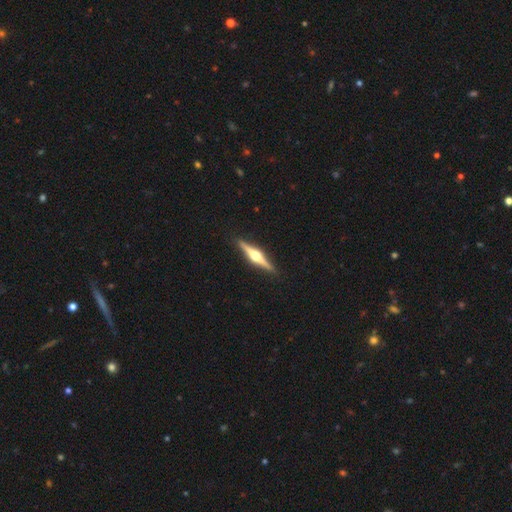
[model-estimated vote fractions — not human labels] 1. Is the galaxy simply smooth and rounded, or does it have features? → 82% featured or disk, 13% smooth, 4% star or artifact.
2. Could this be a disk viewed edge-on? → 98% yes, 2% no.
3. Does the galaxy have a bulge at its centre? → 96% rounded, 3% boxy, 1% none.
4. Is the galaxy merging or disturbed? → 92% none, 6% minor disturbance, 1% major disturbance, 1% merger.